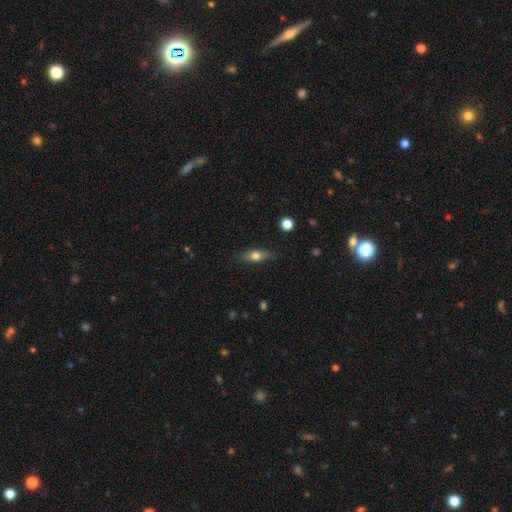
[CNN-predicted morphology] Smooth or featured? smooth (71%)
How rounded? in between (65%)
Merging? none (82%)